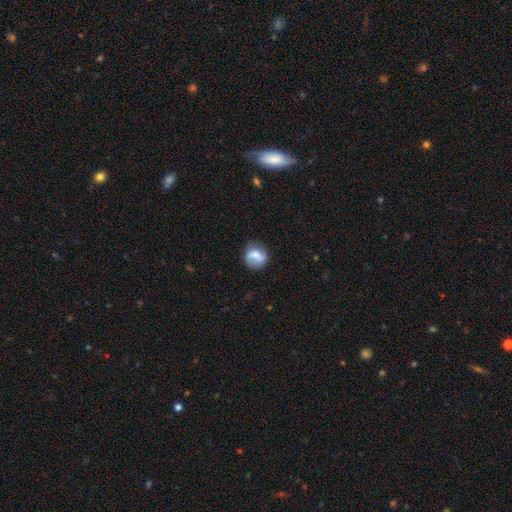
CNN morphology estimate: This appears to be a smooth galaxy with no disk features (65%) that is round (80%). Merging: none (71%).